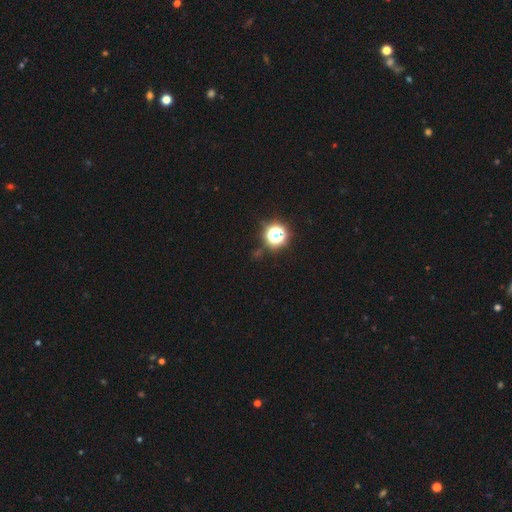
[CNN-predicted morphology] Smooth or featured? star or artifact (73%)